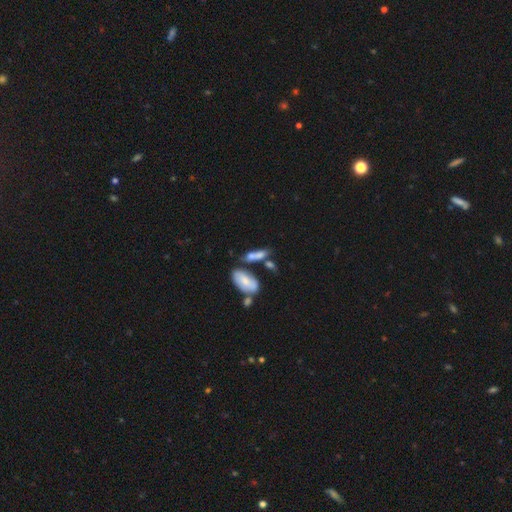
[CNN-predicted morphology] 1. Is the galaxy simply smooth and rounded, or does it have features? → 69% smooth, 22% featured or disk, 9% star or artifact.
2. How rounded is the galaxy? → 60% in between, 35% cigar-shaped, 5% round.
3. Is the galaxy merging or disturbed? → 44% none, 30% merger, 17% minor disturbance, 8% major disturbance.